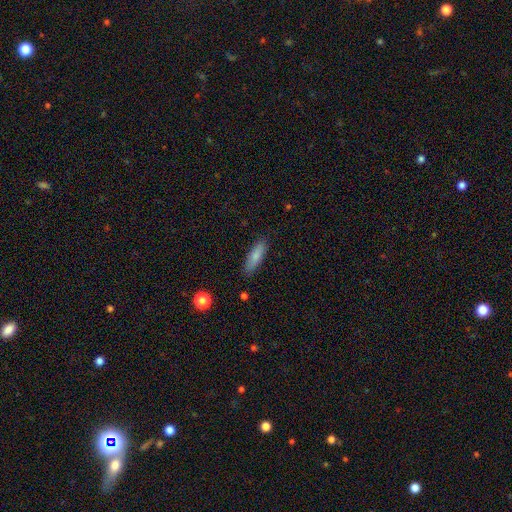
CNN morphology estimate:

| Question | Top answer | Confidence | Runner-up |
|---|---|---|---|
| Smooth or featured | smooth | 80% | featured or disk (13%) |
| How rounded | cigar-shaped | 61% | in between (37%) |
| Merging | none | 85% | minor disturbance (11%) |